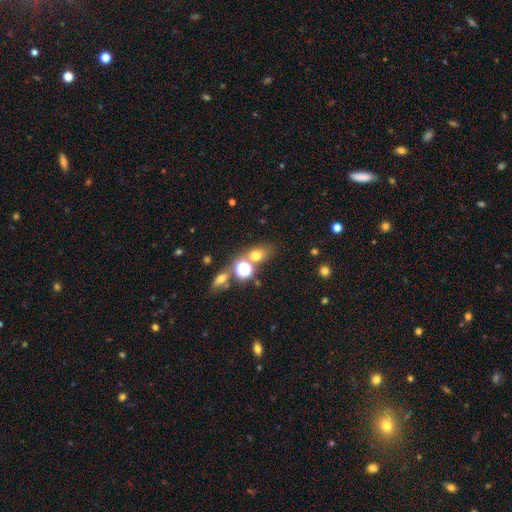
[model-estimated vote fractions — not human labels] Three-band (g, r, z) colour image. It shows a smooth galaxy with no disk features (65%) that is round (49%, tied with in between). Merging: none (57%).